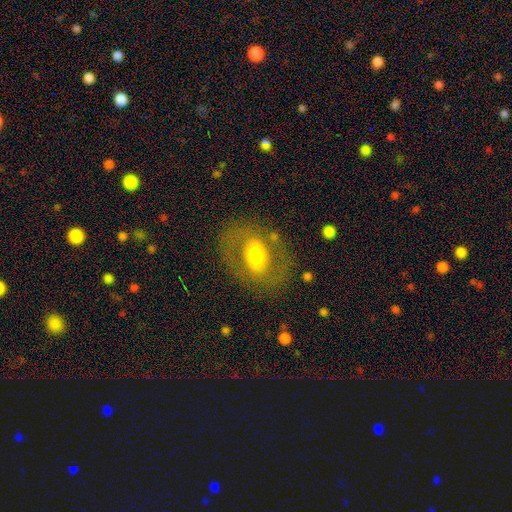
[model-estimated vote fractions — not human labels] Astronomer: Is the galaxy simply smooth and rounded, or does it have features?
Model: featured or disk — 52% (runner-up: smooth, 41%).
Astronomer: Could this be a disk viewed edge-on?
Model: no — 94%.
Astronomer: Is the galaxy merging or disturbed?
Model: none — 76%.